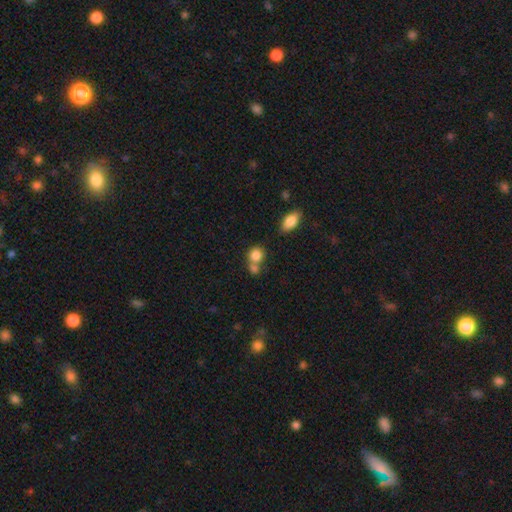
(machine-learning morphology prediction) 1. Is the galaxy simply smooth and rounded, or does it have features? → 82% smooth, 10% star or artifact, 8% featured or disk.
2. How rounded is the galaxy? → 78% round, 21% in between, 1% cigar-shaped.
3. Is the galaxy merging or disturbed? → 44% none (tied), 44% merger (tied), 9% minor disturbance, 4% major disturbance.